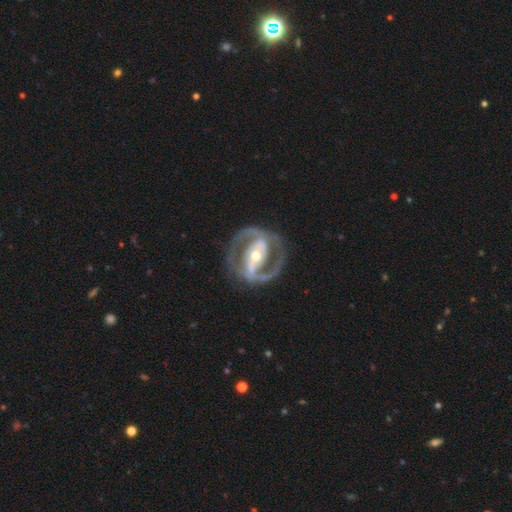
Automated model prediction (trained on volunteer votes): A featured or disk galaxy (90%) with a strong bar (56%), 2 (90%) medium (52%) spiral arms (90%) and a moderate central bulge (60%).

Vote fractions:
- Smooth or featured? featured or disk: 90% / smooth: 7% / star or artifact: 4%
- Edge-on disk? no: 96% / yes: 4%
- Bar? strong: 56% / weak: 24% / no: 20%
- Spiral arms? yes: 90% / no: 10%
- Spiral winding? medium: 52% / tight: 34% / loose: 14%
- Spiral arm count? 2: 90% / can't tell: 4% / 1: 3% / 3: 2% / 4: 1% / more than 4: 1%
- Bulge size? moderate: 60% / small: 32% / large: 5% / dominant: 1% / none: 1%
- Merging? none: 79% / minor disturbance: 12% / major disturbance: 7% / merger: 1%